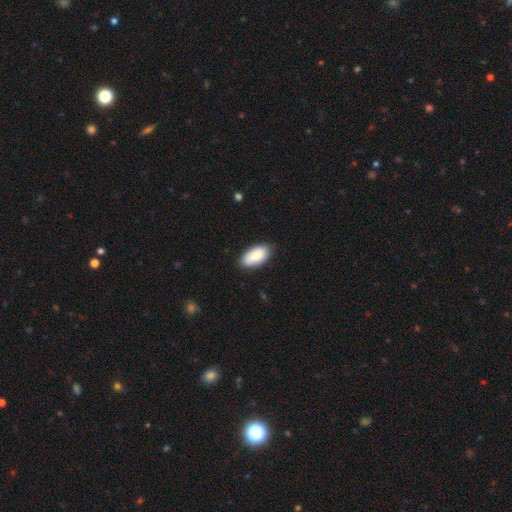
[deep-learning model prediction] Overall: smooth (85%). How rounded: in between (95%). Merging: none (84%).